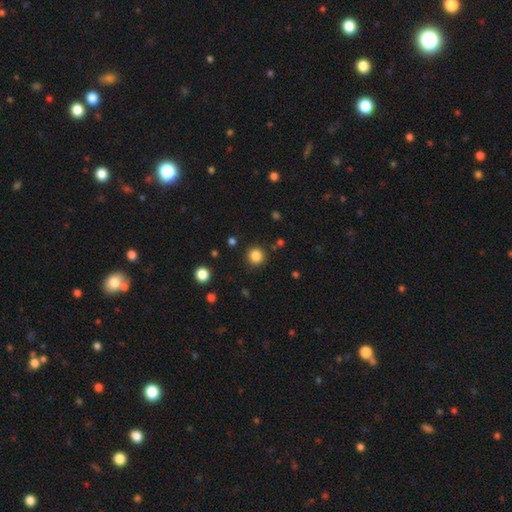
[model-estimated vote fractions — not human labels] Smooth or featured? smooth (84%)
How rounded? round (93%)
Merging? none (88%)